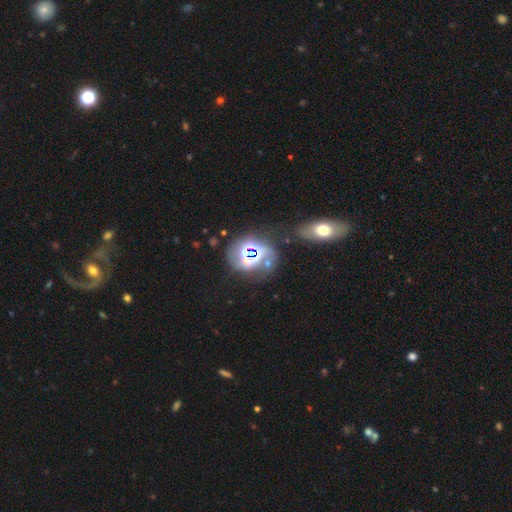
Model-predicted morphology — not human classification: This appears to be a star or artifact, not a galaxy (53%).